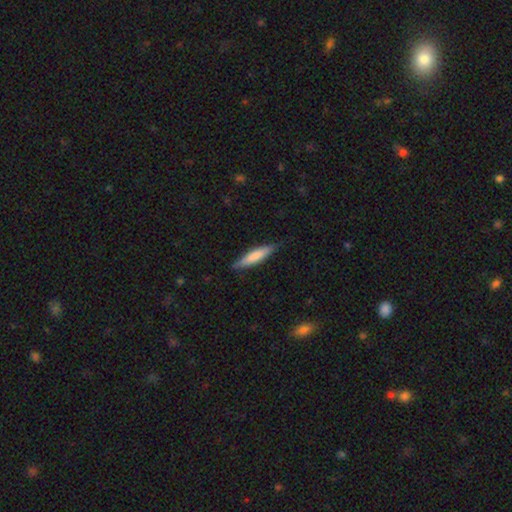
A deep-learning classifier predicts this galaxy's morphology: A smooth galaxy with no disk features (69%) that is cigar-shaped (85%).

Vote fractions:
- Smooth or featured? smooth: 69% / featured or disk: 25% / star or artifact: 5%
- How rounded? cigar-shaped: 85% / in between: 14% / round: 1%
- Merging? none: 84% / minor disturbance: 12% / major disturbance: 2% / merger: 1%